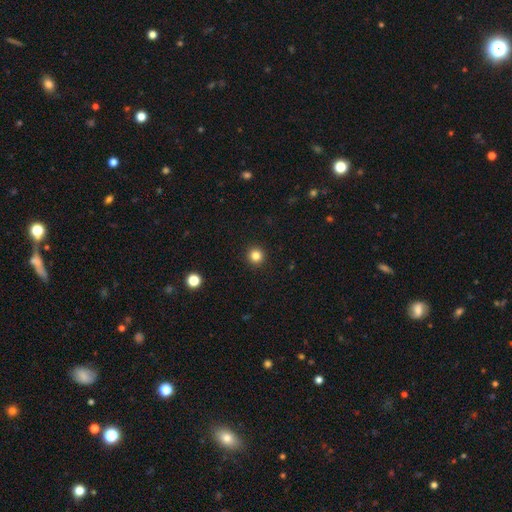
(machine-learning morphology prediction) Smooth or featured?
  - smooth: 83% *
  - star or artifact: 12%
  - featured or disk: 5%
How rounded?
  - round: 95% *
  - in between: 4%
  - cigar-shaped: 1%
Merging?
  - none: 93% *
  - minor disturbance: 4%
  - major disturbance: 2%
  - merger: 1%